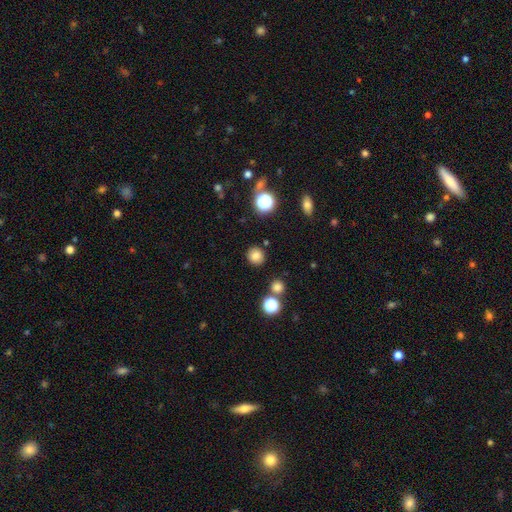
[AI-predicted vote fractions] A smooth galaxy with no disk features (80%) that is round (88%).

Vote fractions:
- Smooth or featured? smooth: 80% / star or artifact: 14% / featured or disk: 6%
- How rounded? round: 88% / in between: 11% / cigar-shaped: 1%
- Merging? none: 88% / minor disturbance: 7% / merger: 3% / major disturbance: 2%